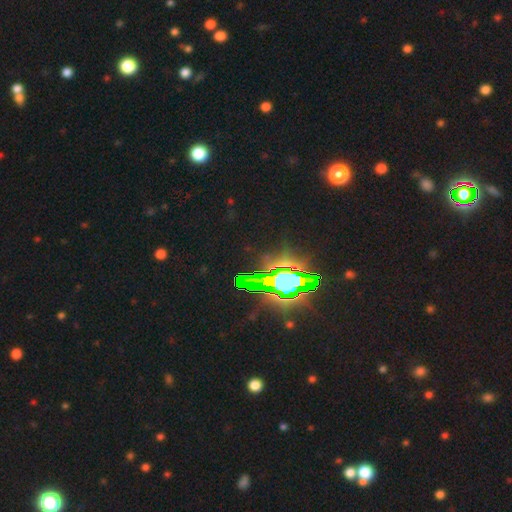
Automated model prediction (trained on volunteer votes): Smooth or featured? Predicted: star or artifact (p=0.82).